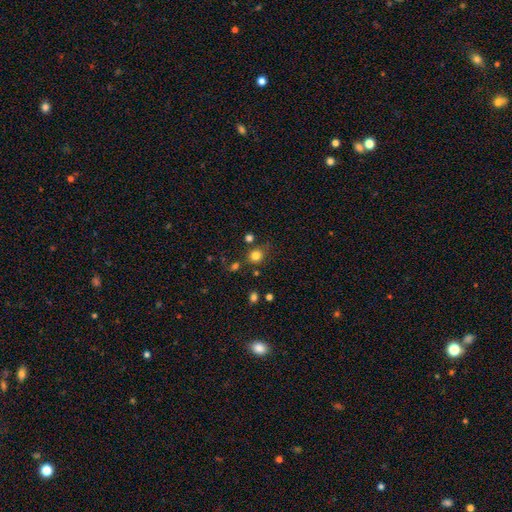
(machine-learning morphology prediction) This appears to be a smooth galaxy with no disk features (81%) that is round (84%). Merging: none (74%).